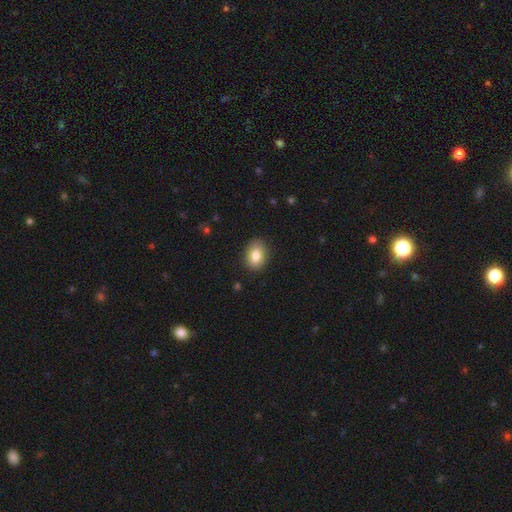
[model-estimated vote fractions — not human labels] smooth 83%, featured or disk 9%, star or artifact 8%. Down the decision tree: how rounded — in between (79%); merging — none (86%).